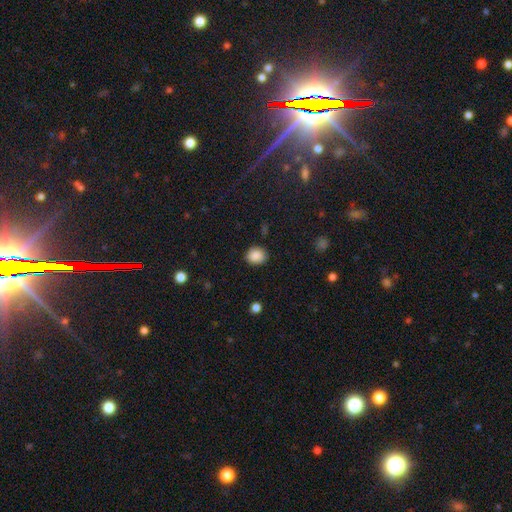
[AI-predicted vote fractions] Smooth or featured? Predicted: smooth (p=0.88). How rounded? Predicted: round (p=0.68). Merging? Predicted: none (p=0.83).